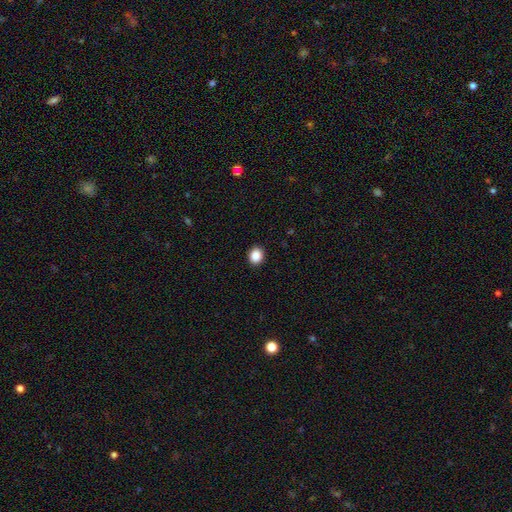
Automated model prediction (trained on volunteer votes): Smooth or featured: smooth — 88% (star or artifact — 9%)
How rounded: round — 68% (in between — 31%)
Merging: none — 92% (minor disturbance — 6%)